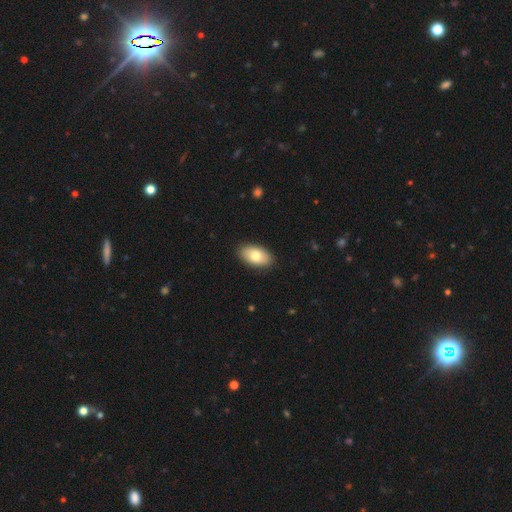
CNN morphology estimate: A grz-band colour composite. It shows a smooth galaxy with no disk features (79%) that is in between round and cigar-shaped (94%). Merging: none (89%).